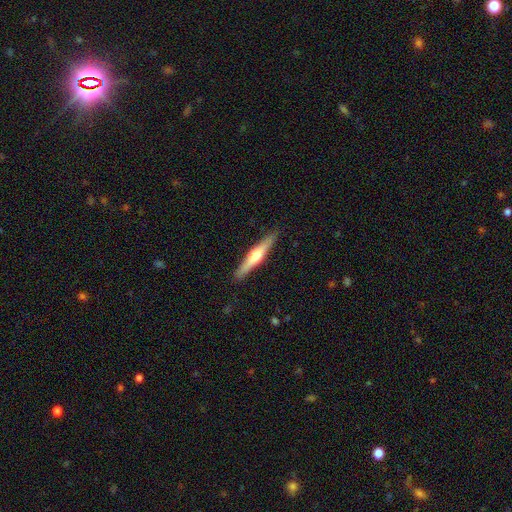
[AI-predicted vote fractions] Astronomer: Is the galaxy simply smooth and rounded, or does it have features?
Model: featured or disk — 62%.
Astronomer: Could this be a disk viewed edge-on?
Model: yes — 97%.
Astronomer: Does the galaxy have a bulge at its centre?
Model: rounded — 89%.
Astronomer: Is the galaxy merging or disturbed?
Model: none — 90%.